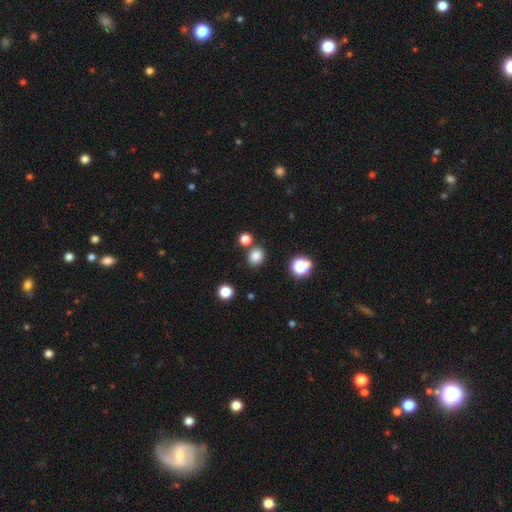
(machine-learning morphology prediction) This appears to be a smooth galaxy with no disk features (81%) that is round (70%). Merging: none (76%).